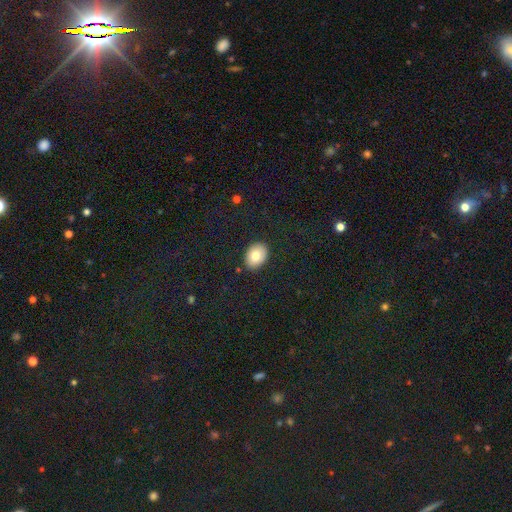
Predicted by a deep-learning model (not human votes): Smooth or featured?
  - smooth: 81% *
  - featured or disk: 11%
  - star or artifact: 8%
How rounded?
  - in between: 74% *
  - round: 25%
  - cigar-shaped: 1%
Merging?
  - none: 88% *
  - minor disturbance: 8%
  - major disturbance: 2%
  - merger: 1%